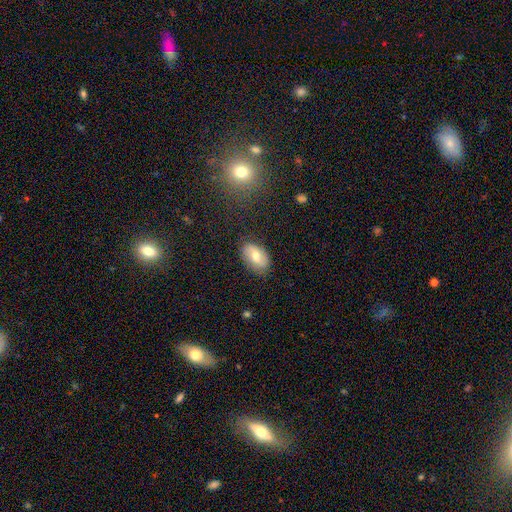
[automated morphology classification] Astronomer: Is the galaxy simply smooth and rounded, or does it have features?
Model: smooth — 59% (runner-up: featured or disk, 34%).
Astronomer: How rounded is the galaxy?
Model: in between — 90%.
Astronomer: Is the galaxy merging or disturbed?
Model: none — 83%.